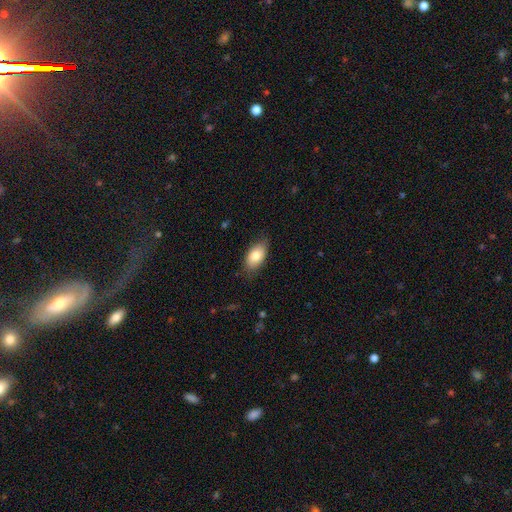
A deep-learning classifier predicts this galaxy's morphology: smooth 81%, featured or disk 12%, star or artifact 7%. Down the decision tree: how rounded — in between (92%); merging — none (78%).